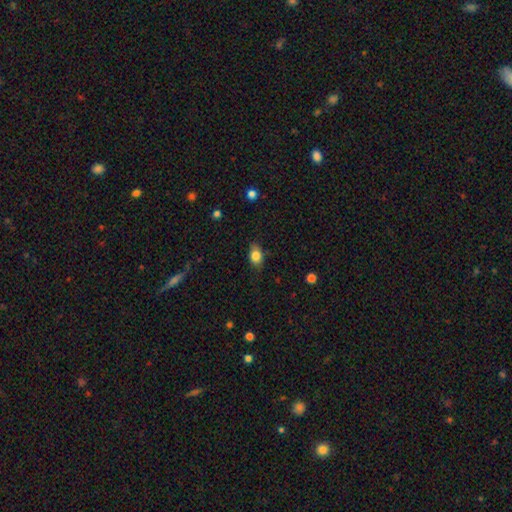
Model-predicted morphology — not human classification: Overall: smooth (83%). How rounded: in between (79%). Merging: none (80%).